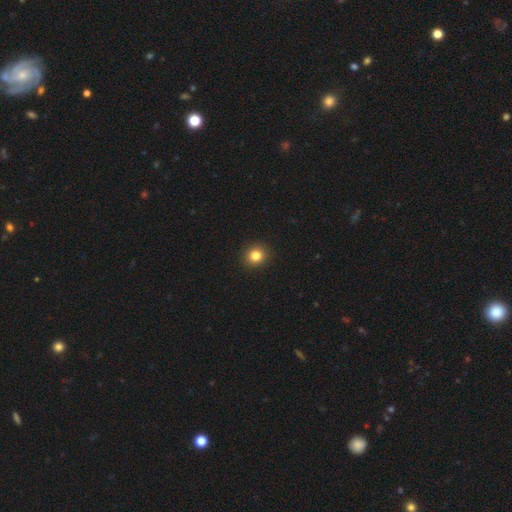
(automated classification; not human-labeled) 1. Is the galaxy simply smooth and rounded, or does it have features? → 83% smooth, 12% star or artifact, 6% featured or disk.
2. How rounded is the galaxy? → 84% round, 15% in between, 1% cigar-shaped.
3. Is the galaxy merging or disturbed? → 92% none, 5% minor disturbance, 2% major disturbance, 1% merger.